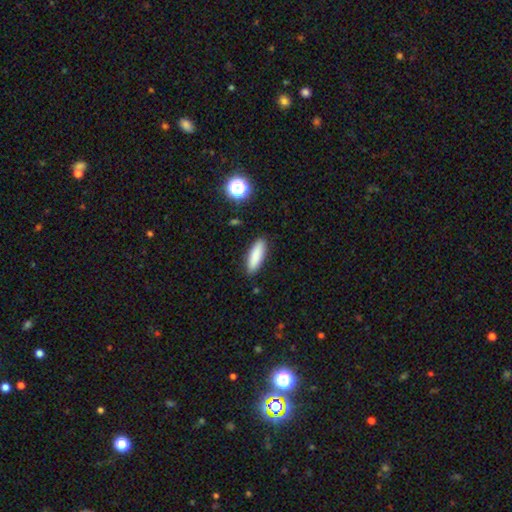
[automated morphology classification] A smooth galaxy with no disk features (86%) that is in between round and cigar-shaped (49%, tied with cigar-shaped).

Vote fractions:
- Smooth or featured? smooth: 86% / star or artifact: 7% / featured or disk: 7%
- How rounded? in between: 49% (tied) / cigar-shaped: 49% (tied) / round: 2%
- Merging? none: 89% / minor disturbance: 8% / major disturbance: 2% / merger: 1%